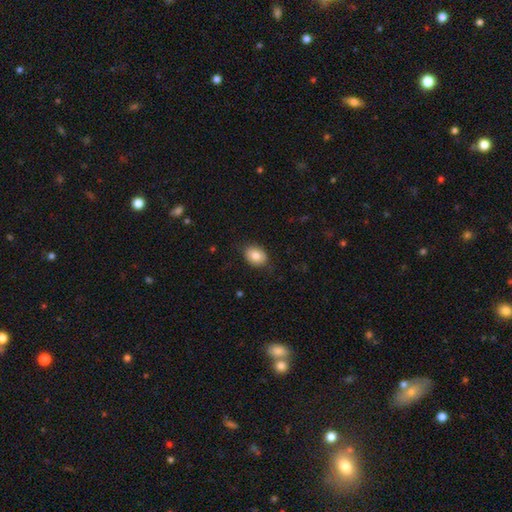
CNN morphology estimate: type=smooth (80%); roundness=in between (62%); merging=none (82%).